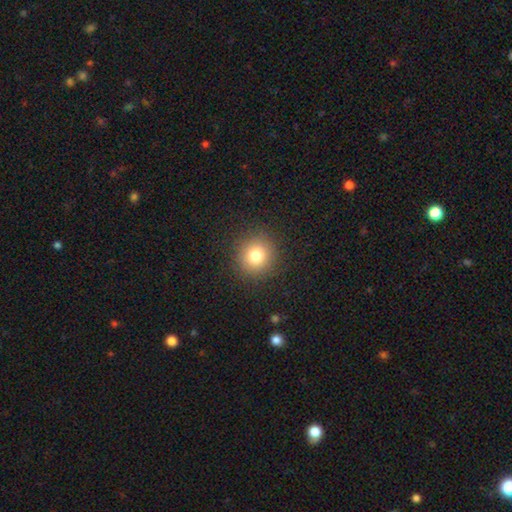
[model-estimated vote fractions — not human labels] smooth-or-featured: smooth: 79% | star or artifact: 13% | featured or disk: 8%
  how-rounded: round: 92% | in between: 7% | cigar-shaped: 1%
  merging: none: 90% | minor disturbance: 6% | major disturbance: 3% | merger: 1%